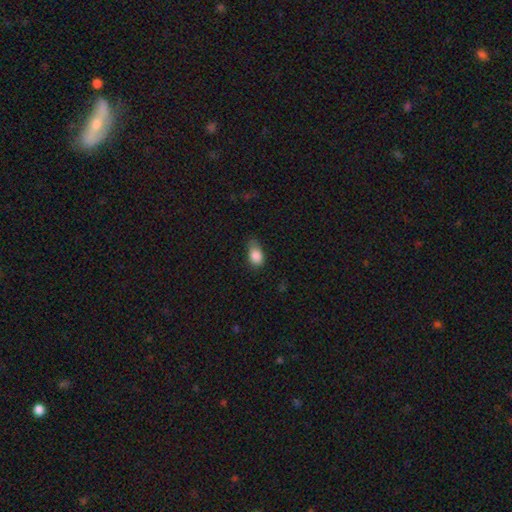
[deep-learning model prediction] smooth_or_featured: smooth (p=0.86) [alt: star or artifact p=0.08]
how_rounded: in between (p=0.83) [alt: round p=0.14]
merging: none (p=0.51) [alt: minor disturbance p=0.38]